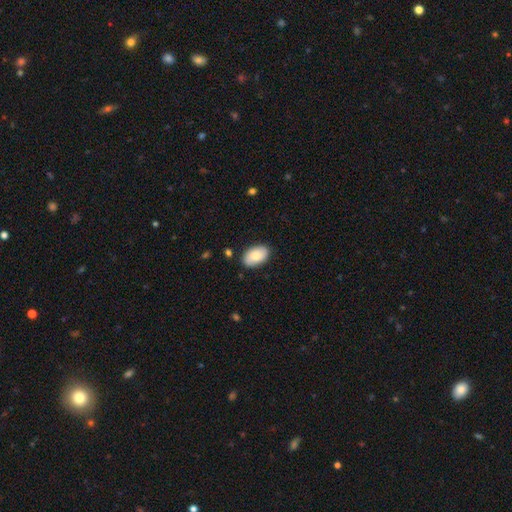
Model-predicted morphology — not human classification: Smooth or featured: smooth — 81% (featured or disk — 13%)
How rounded: in between — 92% (round — 7%)
Merging: none — 85% (minor disturbance — 11%)